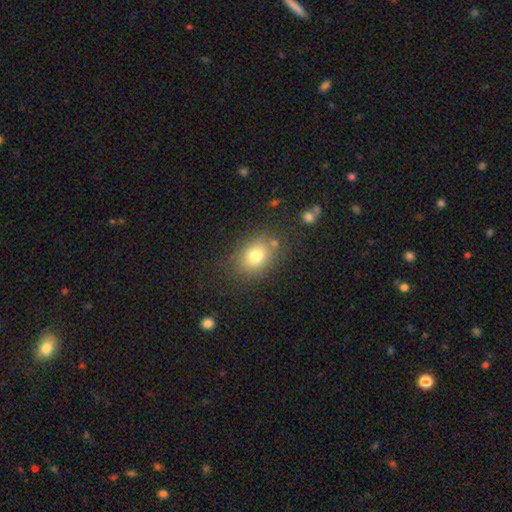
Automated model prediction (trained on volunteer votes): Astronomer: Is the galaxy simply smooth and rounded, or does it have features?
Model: smooth — 77%.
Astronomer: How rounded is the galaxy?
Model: in between — 63%.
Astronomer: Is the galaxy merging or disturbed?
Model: none — 76%.